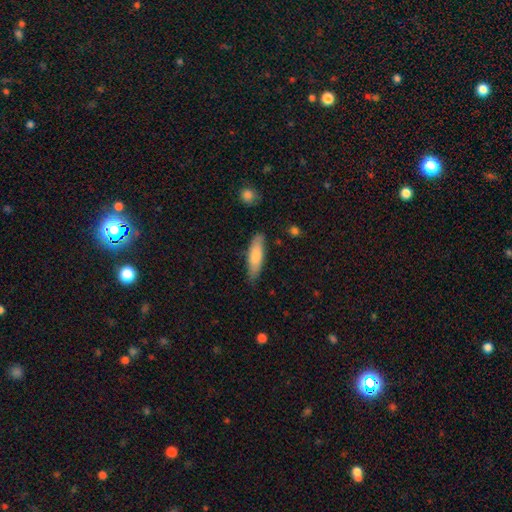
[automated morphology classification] A smooth galaxy with no disk features (78%) that is cigar-shaped (58%).

Vote fractions:
- Smooth or featured? smooth: 78% / featured or disk: 16% / star or artifact: 5%
- How rounded? cigar-shaped: 58% / in between: 41% / round: 2%
- Merging? none: 81% / minor disturbance: 15% / major disturbance: 3% / merger: 2%